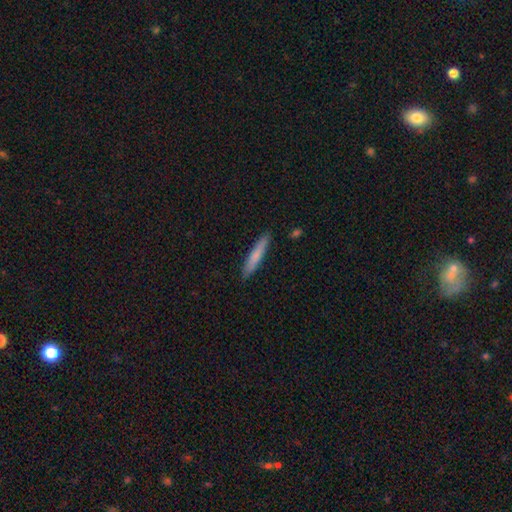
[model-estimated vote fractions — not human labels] Smooth or featured?
  - smooth: 74% *
  - featured or disk: 21%
  - star or artifact: 6%
How rounded?
  - cigar-shaped: 92% *
  - in between: 6%
  - round: 1%
Merging?
  - none: 88% *
  - minor disturbance: 9%
  - major disturbance: 2%
  - merger: 1%